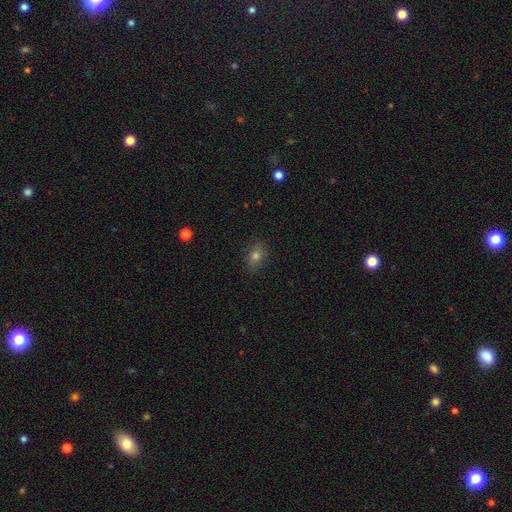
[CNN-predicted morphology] Smooth or featured?
  - smooth: 74% *
  - star or artifact: 15%
  - featured or disk: 11%
How rounded?
  - in between: 67% *
  - round: 31%
  - cigar-shaped: 2%
Merging?
  - none: 84% *
  - minor disturbance: 12%
  - major disturbance: 3%
  - merger: 1%